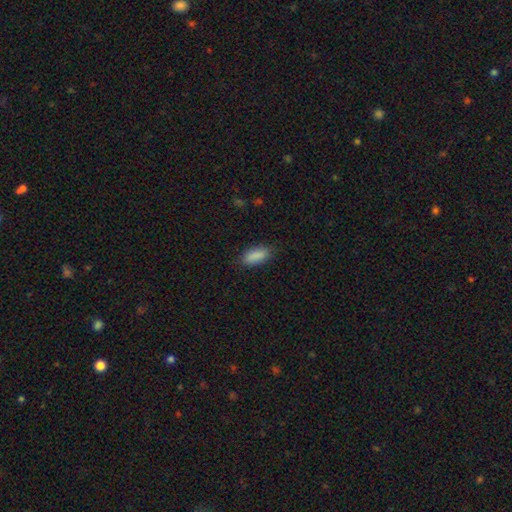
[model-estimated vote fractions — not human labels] Overall: smooth (88%). How rounded: in between (80%). Merging: none (82%).